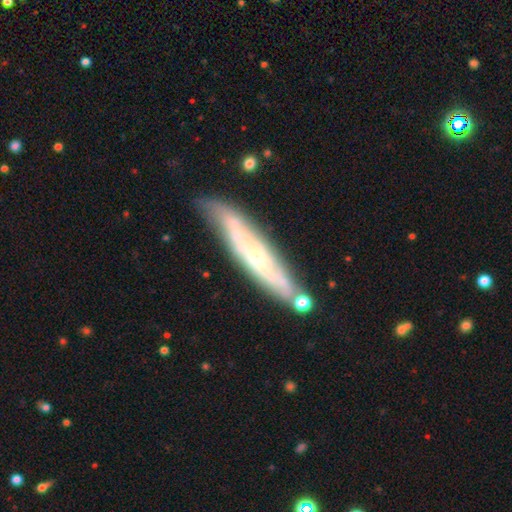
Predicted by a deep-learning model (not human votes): Smooth or featured? Predicted: featured or disk (p=0.69). Edge-on disk? Predicted: yes (p=0.55). Merging? Predicted: none (p=0.73).